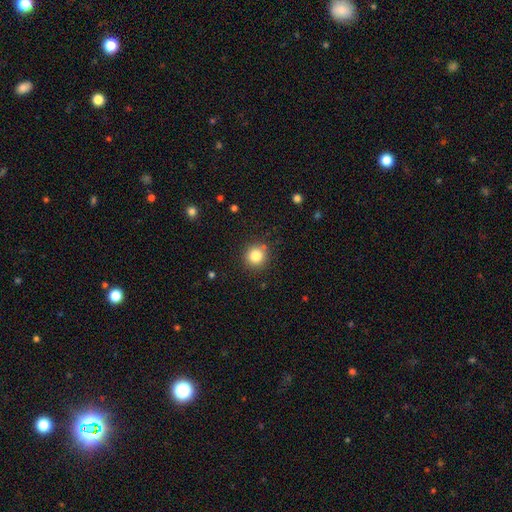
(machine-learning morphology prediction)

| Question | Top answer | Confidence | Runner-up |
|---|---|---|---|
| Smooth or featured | smooth | 83% | star or artifact (11%) |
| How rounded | round | 92% | in between (7%) |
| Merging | none | 87% | minor disturbance (8%) |